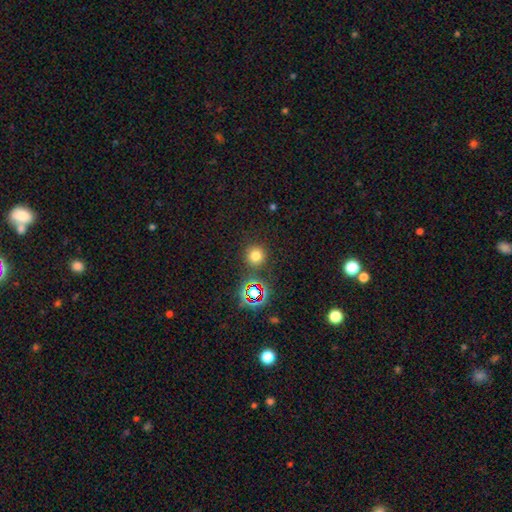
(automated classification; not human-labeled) This is likely a smooth galaxy (70%). How rounded: clearly round (94%). Merging: clearly none (86%).